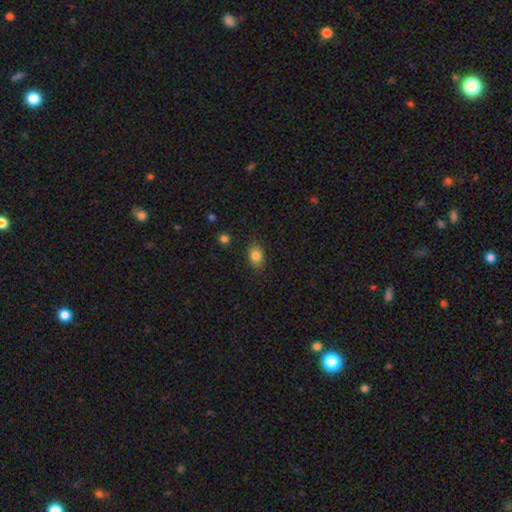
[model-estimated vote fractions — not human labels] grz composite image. It shows a smooth galaxy with no disk features (84%) that is in between round and cigar-shaped (69%). Merging: none (83%).